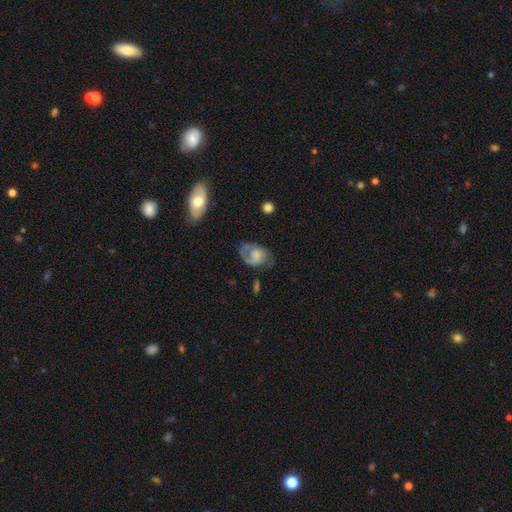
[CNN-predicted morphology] type=featured or disk (51%); edge-on=no (96%); merging=none (45%).